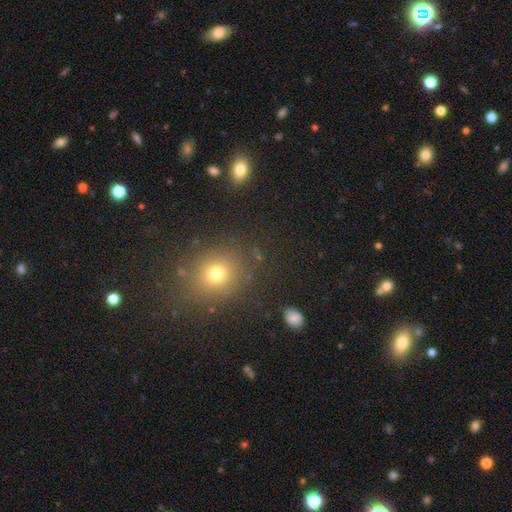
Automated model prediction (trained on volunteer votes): Smooth or featured? smooth (64%)
How rounded? round (69%)
Merging? none (84%)